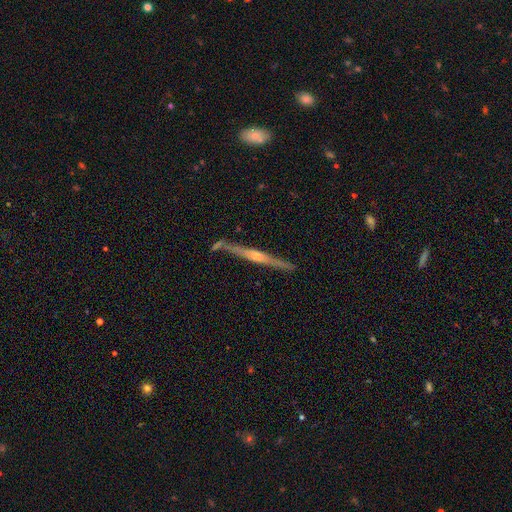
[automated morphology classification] Smooth or featured?
  - featured or disk: 82% *
  - smooth: 12%
  - star or artifact: 6%
Edge-on disk?
  - yes: 98% *
  - no: 2%
Edge-on bulge?
  - rounded: 80% *
  - none: 13%
  - boxy: 7%
Merging?
  - none: 87% *
  - minor disturbance: 9%
  - merger: 3%
  - major disturbance: 2%